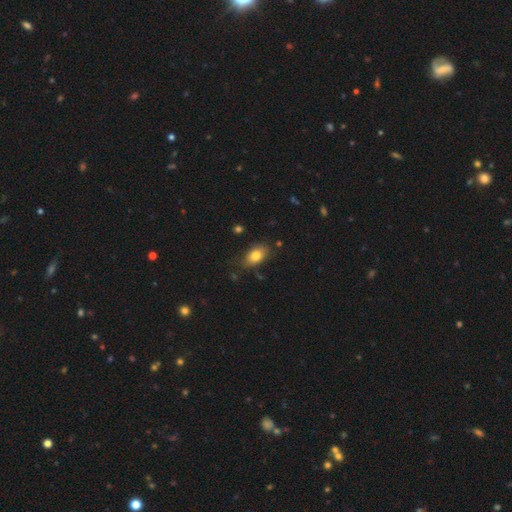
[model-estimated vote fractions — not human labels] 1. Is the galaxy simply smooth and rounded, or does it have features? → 81% smooth, 11% featured or disk, 8% star or artifact.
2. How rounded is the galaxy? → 87% in between, 10% round, 3% cigar-shaped.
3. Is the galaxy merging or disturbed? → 76% none, 18% minor disturbance, 4% major disturbance, 2% merger.